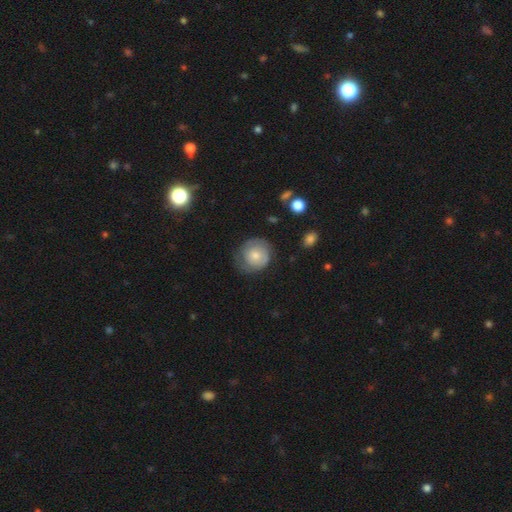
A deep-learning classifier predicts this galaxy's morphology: Smooth or featured: smooth — 60% (featured or disk — 33%)
How rounded: round — 85% (in between — 14%)
Merging: none — 60% (minor disturbance — 27%)